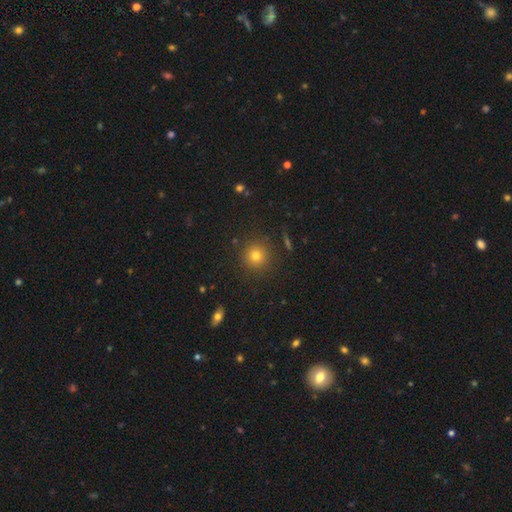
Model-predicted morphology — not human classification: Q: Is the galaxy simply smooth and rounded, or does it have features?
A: smooth — 76%.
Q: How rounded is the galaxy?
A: round — 94%.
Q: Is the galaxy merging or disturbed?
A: none — 89%.